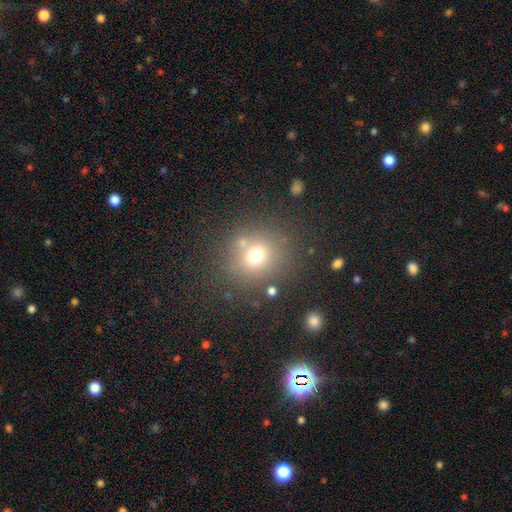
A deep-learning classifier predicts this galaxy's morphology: smooth-or-featured: smooth: 69% | star or artifact: 18% | featured or disk: 13%
  how-rounded: round: 80% | in between: 19% | cigar-shaped: 1%
  merging: none: 74% | minor disturbance: 11% | merger: 10% | major disturbance: 5%